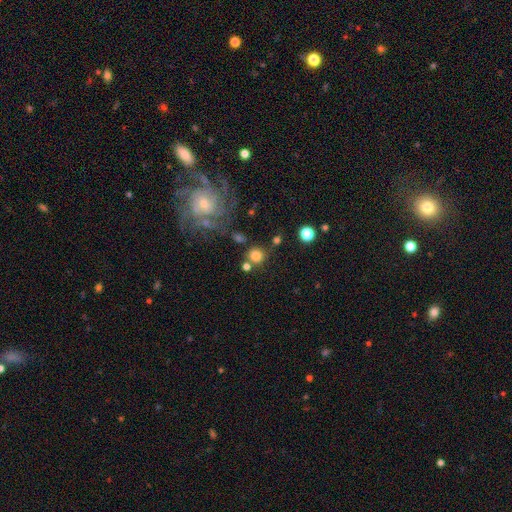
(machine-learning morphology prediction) This appears to be a smooth galaxy with no disk features (76%) that is round (89%). Merging: none (72%).